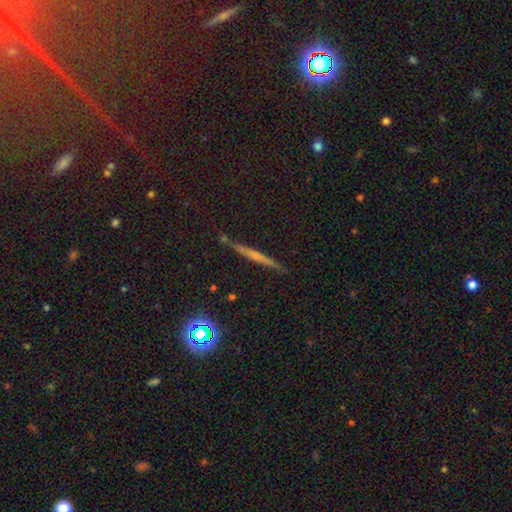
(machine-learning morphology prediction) A featured or disk galaxy (42%). Merging: none (86%).